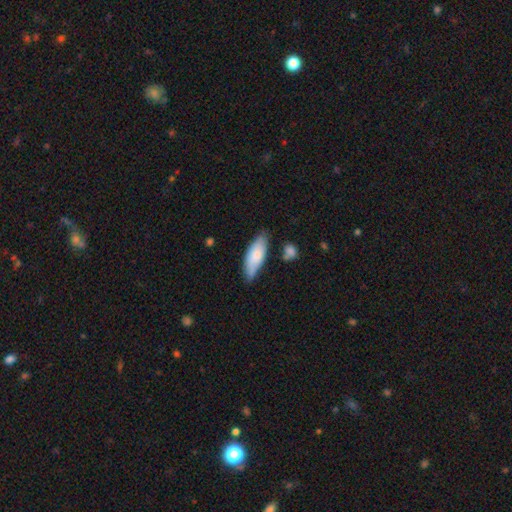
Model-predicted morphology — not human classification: Q: Smooth or featured?
A: smooth (76%); runner-up: featured or disk (18%)
Q: How rounded?
A: in between (72%); runner-up: cigar-shaped (26%)
Q: Merging?
A: none (68%); runner-up: minor disturbance (24%)